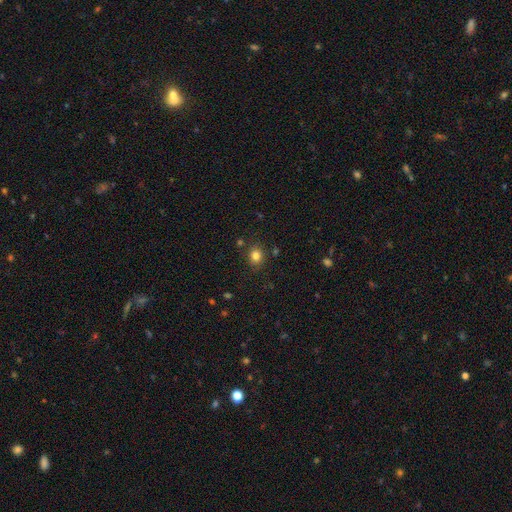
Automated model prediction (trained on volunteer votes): Smooth or featured? smooth (81%)
How rounded? round (73%)
Merging? none (85%)